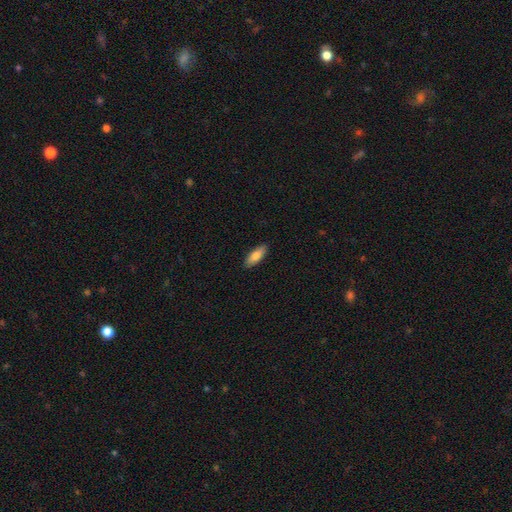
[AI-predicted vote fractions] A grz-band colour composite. It shows a smooth galaxy with no disk features (81%) that is in between round and cigar-shaped (71%). Merging: none (89%).